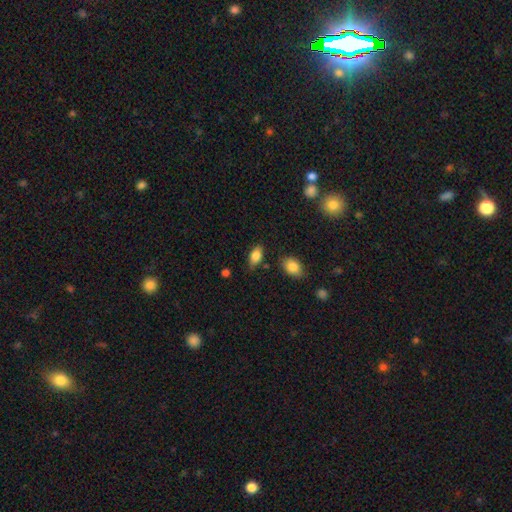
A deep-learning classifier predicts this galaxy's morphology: Smooth or featured? smooth (81%)
How rounded? in between (88%)
Merging? none (73%)